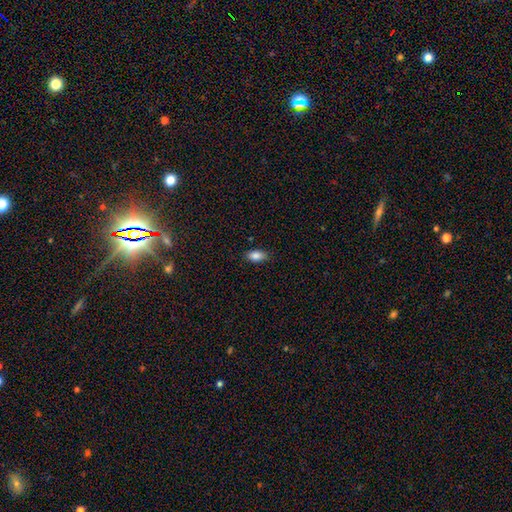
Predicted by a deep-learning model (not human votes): smooth 86%, star or artifact 8%, featured or disk 6%. Down the decision tree: how rounded — in between (91%); merging — none (86%).